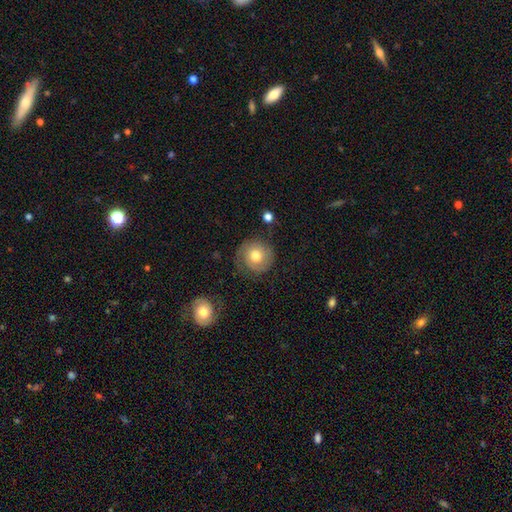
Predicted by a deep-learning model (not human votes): smooth_or_featured: smooth (p=0.52) [alt: featured or disk p=0.40]
how_rounded: round (p=0.92) [alt: in between p=0.08]
merging: none (p=0.72) [alt: minor disturbance p=0.17]